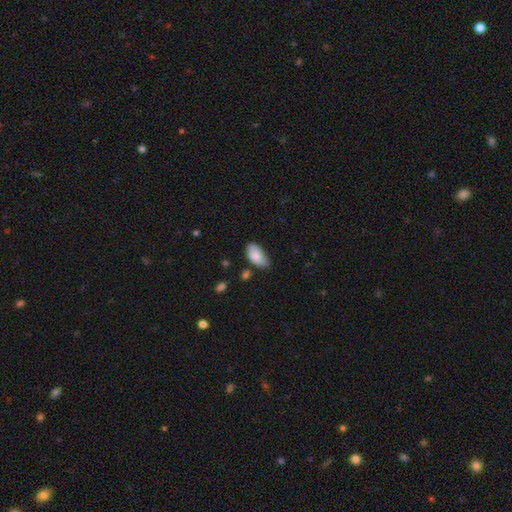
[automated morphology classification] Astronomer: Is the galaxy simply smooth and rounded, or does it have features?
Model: smooth — 82%.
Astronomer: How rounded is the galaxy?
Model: in between — 93%.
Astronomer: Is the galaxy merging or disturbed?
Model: none — 50% (runner-up: minor disturbance, 39%).